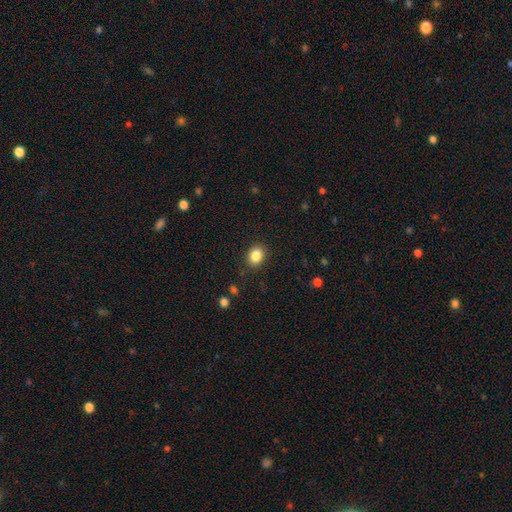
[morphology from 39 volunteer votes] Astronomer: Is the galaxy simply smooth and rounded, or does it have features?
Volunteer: smooth — 87%.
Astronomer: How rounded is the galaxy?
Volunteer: round — 56% (runner-up: in between, 44%).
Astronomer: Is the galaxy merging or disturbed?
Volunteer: none — 92%.